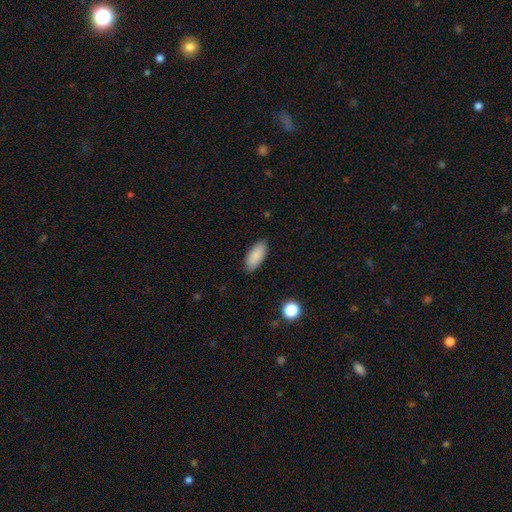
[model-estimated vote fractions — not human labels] Smooth or featured?
  - smooth: 89% *
  - star or artifact: 7%
  - featured or disk: 4%
How rounded?
  - in between: 85% *
  - cigar-shaped: 14%
  - round: 2%
Merging?
  - none: 88% *
  - minor disturbance: 9%
  - major disturbance: 2%
  - merger: 1%